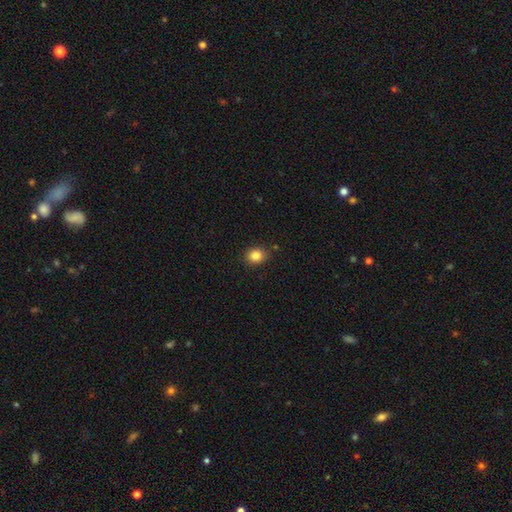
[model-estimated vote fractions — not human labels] Overall: smooth (84%). How rounded: round (61%; in between 38%). Merging: none (87%).